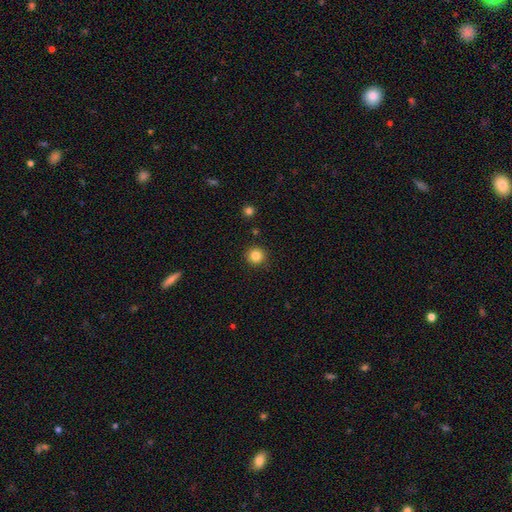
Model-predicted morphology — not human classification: Q: Smooth or featured?
A: smooth (84%); runner-up: star or artifact (11%)
Q: How rounded?
A: round (94%); runner-up: in between (5%)
Q: Merging?
A: none (91%); runner-up: minor disturbance (6%)